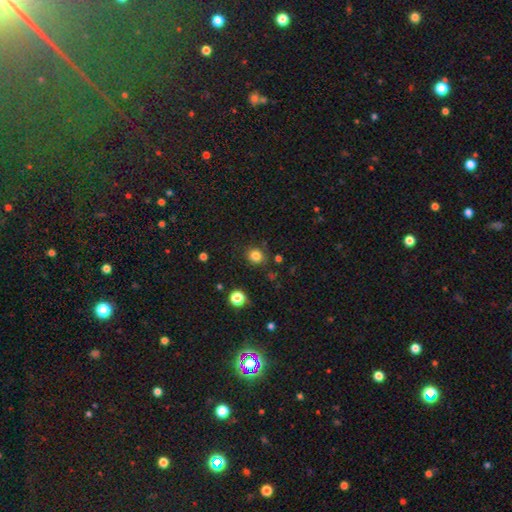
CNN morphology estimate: smooth-or-featured: smooth: 82% | star or artifact: 13% | featured or disk: 5%
  how-rounded: round: 80% | in between: 19% | cigar-shaped: 1%
  merging: none: 85% | minor disturbance: 10% | major disturbance: 3% | merger: 3%